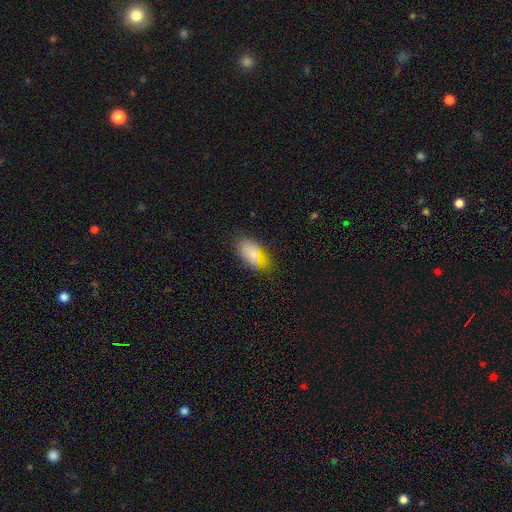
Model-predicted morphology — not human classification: smooth-or-featured: smooth: 79% | star or artifact: 11% | featured or disk: 10%
  how-rounded: in between: 91% | cigar-shaped: 5% | round: 3%
  merging: none: 75% | minor disturbance: 18% | major disturbance: 5% | merger: 2%